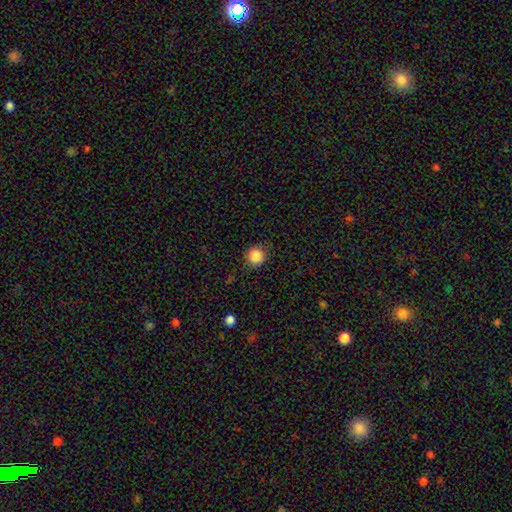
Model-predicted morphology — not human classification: The model was most divided on "merging": none: 84%, minor disturbance: 11%, major disturbance: 3%, merger: 1%. More confident: how rounded — round (89%); smooth or featured — smooth (86%).